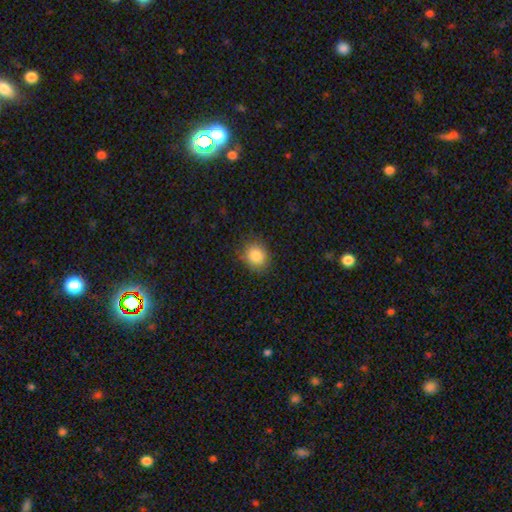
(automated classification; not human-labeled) smooth 86%, star or artifact 9%, featured or disk 5%. Down the decision tree: how rounded — round (72%); merging — none (84%).